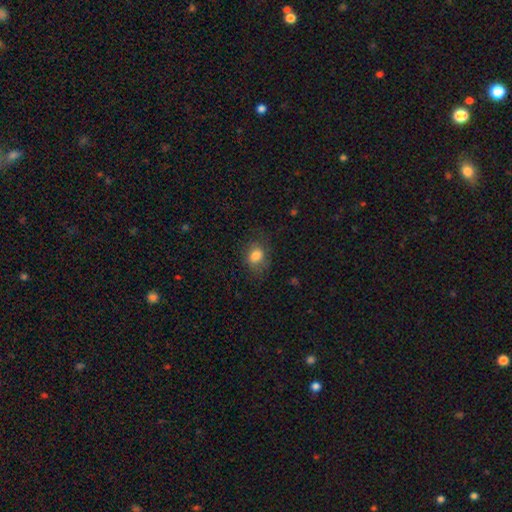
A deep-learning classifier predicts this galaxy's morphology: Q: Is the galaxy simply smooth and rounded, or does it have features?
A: smooth — 81%.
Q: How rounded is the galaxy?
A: in between — 59%.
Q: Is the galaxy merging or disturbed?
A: none — 68%.